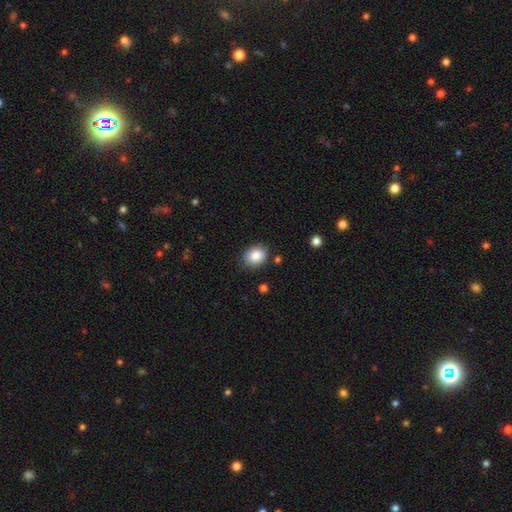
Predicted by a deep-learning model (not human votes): Overall: smooth (86%). How rounded: in between (56%; round 44%). Merging: none (84%).